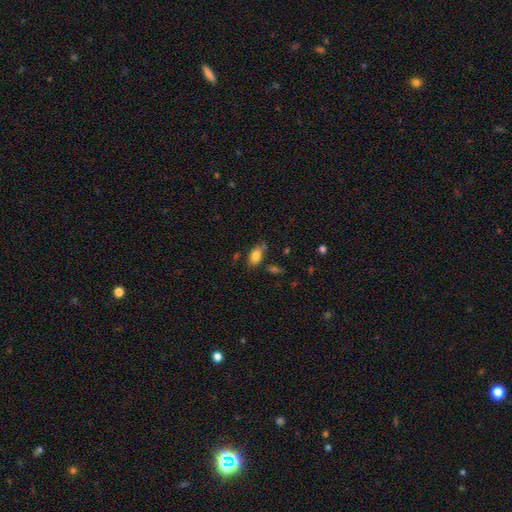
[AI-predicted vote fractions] A smooth galaxy with no disk features (82%) that is in between round and cigar-shaped (89%). Merging: none (69%).